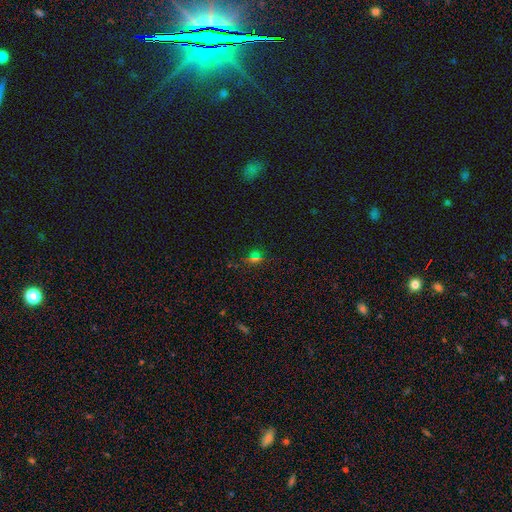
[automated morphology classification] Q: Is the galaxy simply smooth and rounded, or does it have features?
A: star or artifact — 51%.